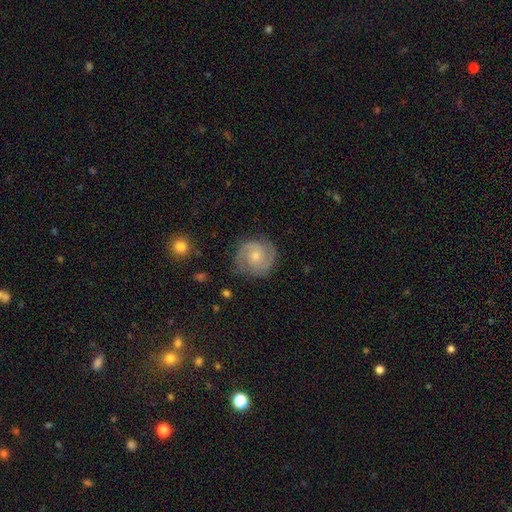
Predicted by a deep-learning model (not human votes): smooth_or_featured: featured or disk (p=0.79) [alt: smooth p=0.15]
disk_edge_on: no (p=0.98) [alt: yes p=0.02]
bar: no (p=0.66) [alt: weak p=0.29]
has_spiral_arms: yes (p=0.96) [alt: no p=0.04]
spiral_winding: tight (p=0.50) [alt: medium p=0.41]
spiral_arm_count: 2 (p=0.82) [alt: can't tell p=0.06]
bulge_size: small (p=0.54) [alt: moderate p=0.40]
merging: none (p=0.82) [alt: minor disturbance p=0.13]